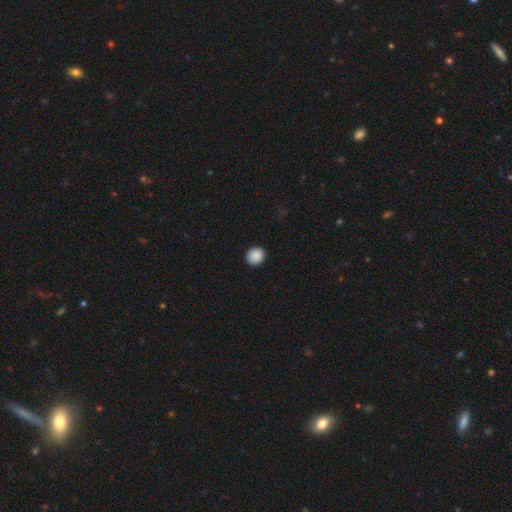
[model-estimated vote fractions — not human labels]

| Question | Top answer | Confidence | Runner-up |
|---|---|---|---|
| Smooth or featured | smooth | 89% | star or artifact (8%) |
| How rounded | round | 83% | in between (16%) |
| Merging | none | 91% | minor disturbance (6%) |